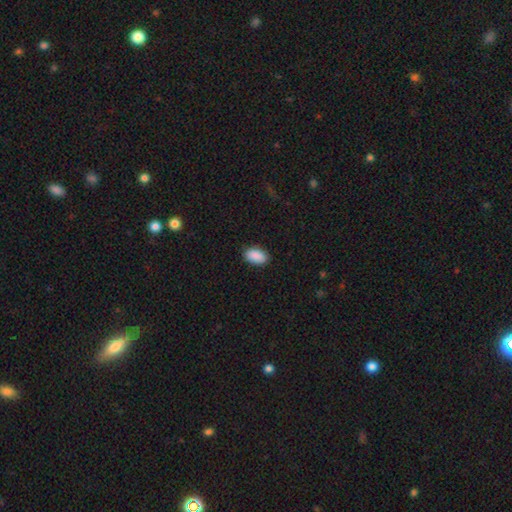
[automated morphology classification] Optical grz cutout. It shows a smooth galaxy with no disk features (91%) that is in between round and cigar-shaped (93%). Merging: none (88%).